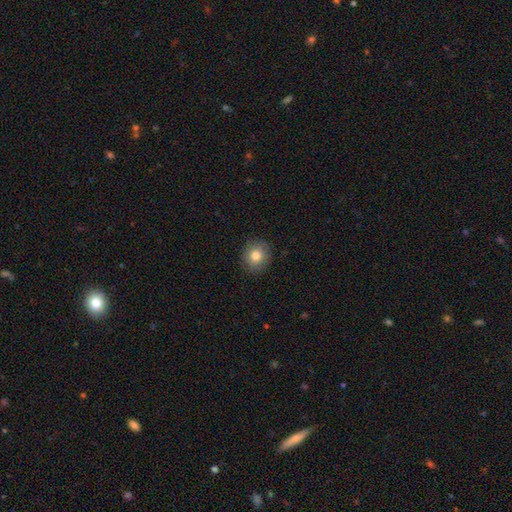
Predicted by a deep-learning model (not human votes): Overall: smooth (80%). How rounded: round (82%). Merging: none (88%).